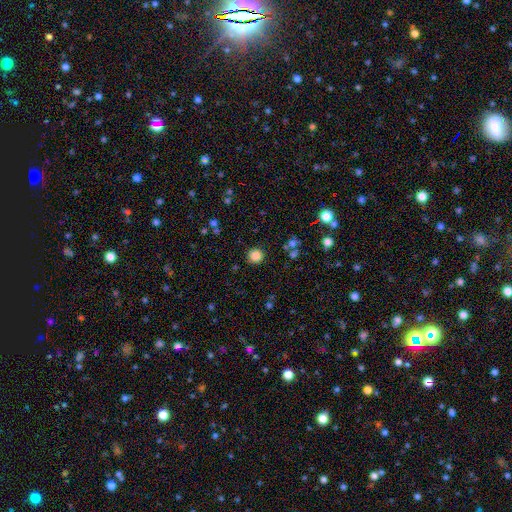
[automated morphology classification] Smooth or featured? Predicted: smooth (p=0.85). How rounded? Predicted: round (p=0.94). Merging? Predicted: none (p=0.91).